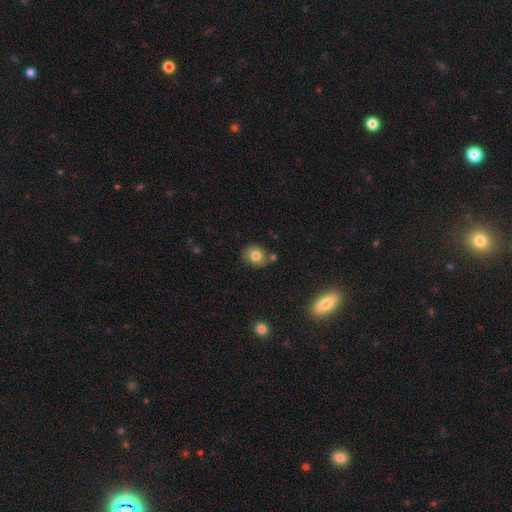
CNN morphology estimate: The model was most divided on "how rounded": round: 72%, in between: 27%, cigar-shaped: 1%. More confident: smooth or featured — smooth (79%); merging — none (73%).